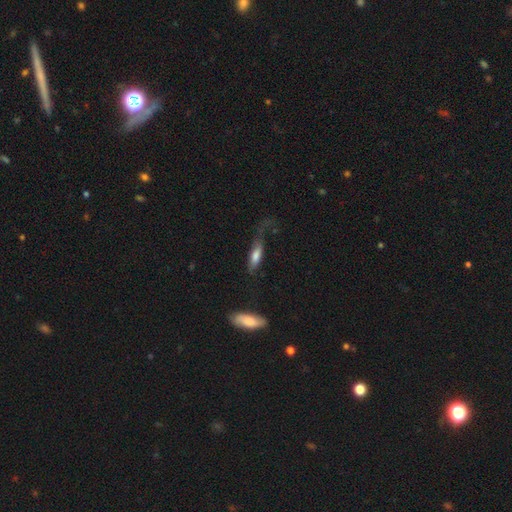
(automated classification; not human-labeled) Smooth or featured: smooth — 70% (featured or disk — 23%)
How rounded: in between — 49% (cigar-shaped — 48%)
Merging: major disturbance — 39% (none — 31%)